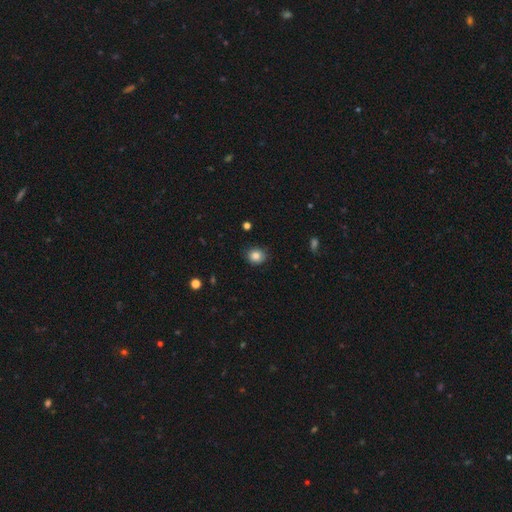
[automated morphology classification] smooth-or-featured: smooth: 84% | star or artifact: 10% | featured or disk: 6%
  how-rounded: round: 77% | in between: 22% | cigar-shaped: 1%
  merging: none: 86% | minor disturbance: 11% | major disturbance: 2% | merger: 1%